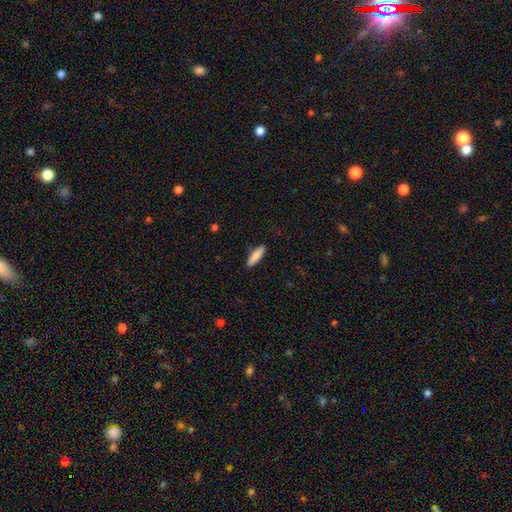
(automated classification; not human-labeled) This appears to be a smooth galaxy with no disk features (86%) that is cigar-shaped (69%). Merging: none (89%).